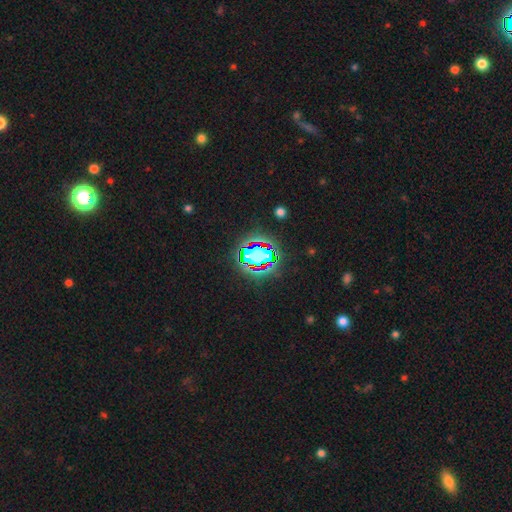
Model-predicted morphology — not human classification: Smooth or featured?
  - star or artifact: 63% *
  - smooth: 22%
  - featured or disk: 15%